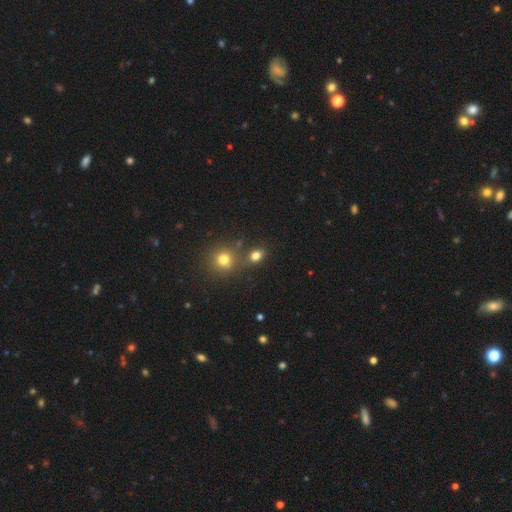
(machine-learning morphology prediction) A smooth galaxy with no disk features (77%) that is in between round and cigar-shaped (58%).

Vote fractions:
- Smooth or featured? smooth: 77% / star or artifact: 16% / featured or disk: 8%
- How rounded? in between: 58% / round: 40% / cigar-shaped: 2%
- Merging? none: 65% / merger: 20% / minor disturbance: 11% / major disturbance: 4%